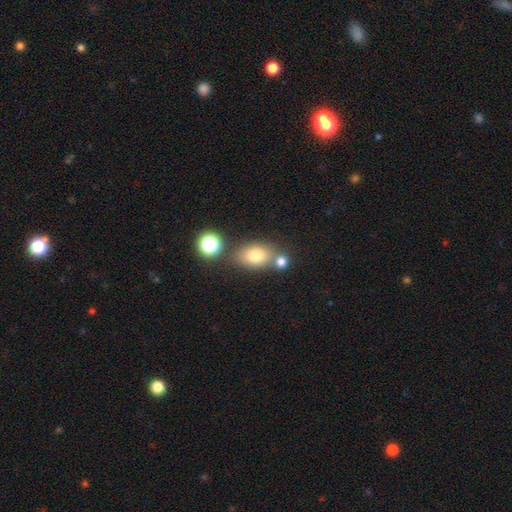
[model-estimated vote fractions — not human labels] A smooth galaxy with no disk features (76%) that is in between round and cigar-shaped (75%). Merging: none (61%).